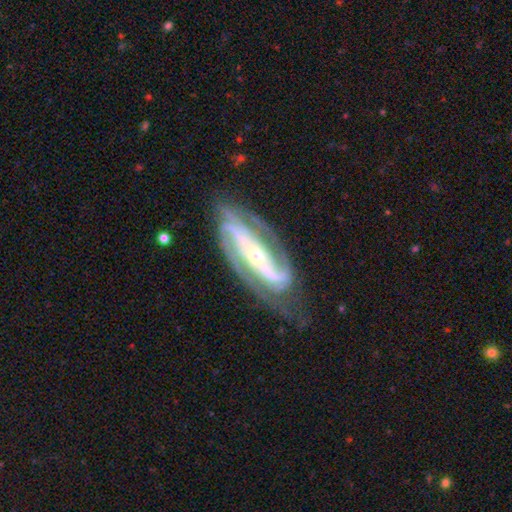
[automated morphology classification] Q: Smooth or featured?
A: featured or disk (91%); runner-up: star or artifact (5%)
Q: Edge-on disk?
A: no (93%); runner-up: yes (7%)
Q: Bar?
A: strong (52%); runner-up: no (27%)
Q: Spiral arms?
A: yes (98%); runner-up: no (2%)
Q: Spiral winding?
A: tight (47%); runner-up: medium (42%)
Q: Spiral arm count?
A: 2 (61%); runner-up: 3 (19%)
Q: Bulge size?
A: small (60%); runner-up: moderate (36%)
Q: Merging?
A: none (71%); runner-up: minor disturbance (18%)